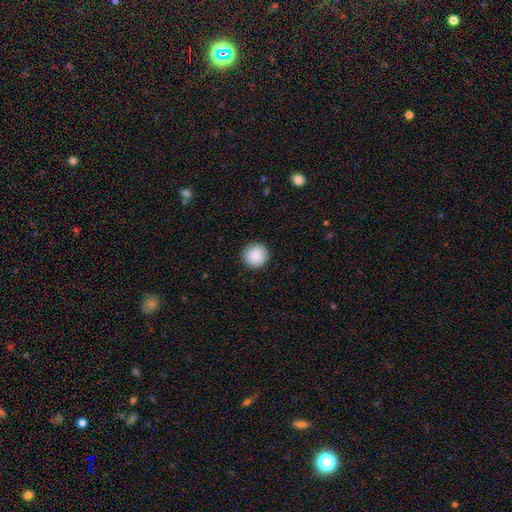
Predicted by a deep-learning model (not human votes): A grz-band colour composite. It shows a smooth galaxy with no disk features (89%) that is round (95%). Merging: none (91%).